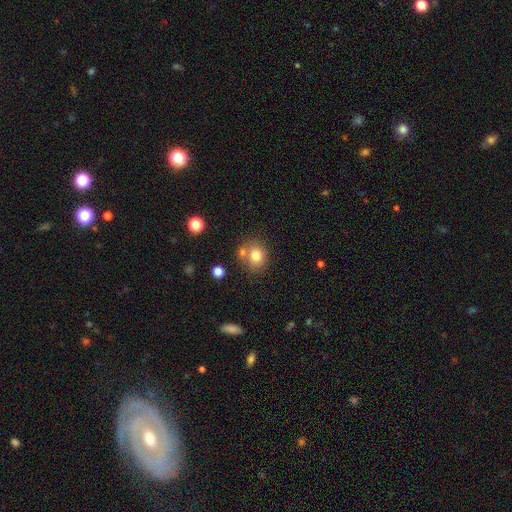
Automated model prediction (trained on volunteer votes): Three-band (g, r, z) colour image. It shows a smooth galaxy with no disk features (78%) that is round (74%). Merging: none (62%).